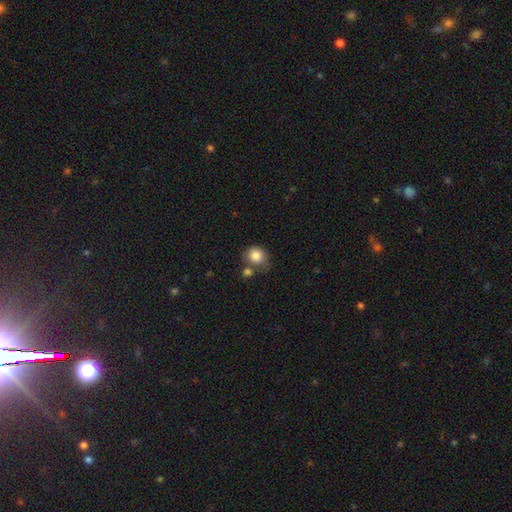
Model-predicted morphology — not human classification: smooth-or-featured: smooth: 84% | star or artifact: 9% | featured or disk: 7%
  how-rounded: round: 75% | in between: 24% | cigar-shaped: 1%
  merging: none: 50% | merger: 22% | minor disturbance: 19% | major disturbance: 9%